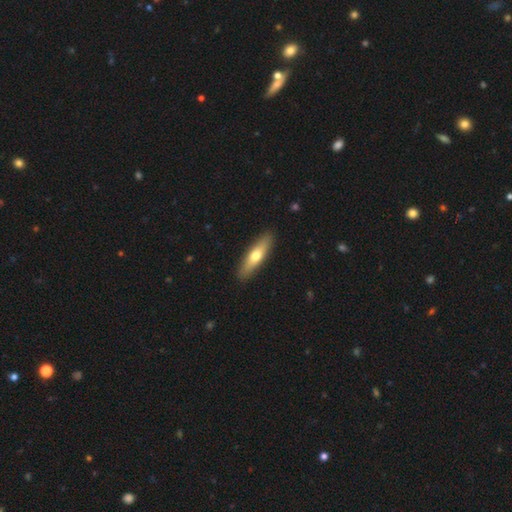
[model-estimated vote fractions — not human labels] This is possibly a smooth galaxy (59%). How rounded: likely cigar-shaped (72%). Merging: clearly none (90%).